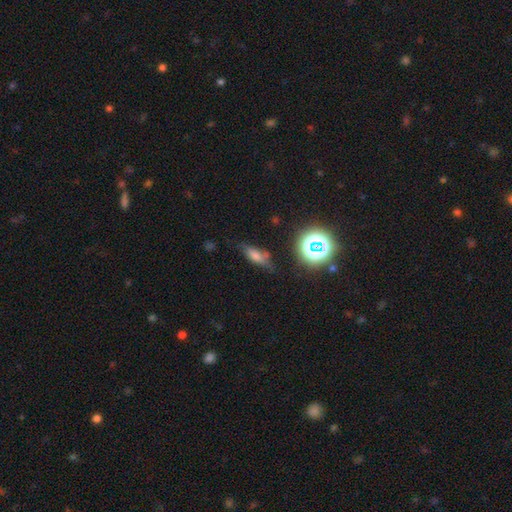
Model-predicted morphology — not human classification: Q: Smooth or featured?
A: smooth (62%); runner-up: star or artifact (19%)
Q: How rounded?
A: in between (66%); runner-up: cigar-shaped (27%)
Q: Merging?
A: none (56%); runner-up: minor disturbance (29%)